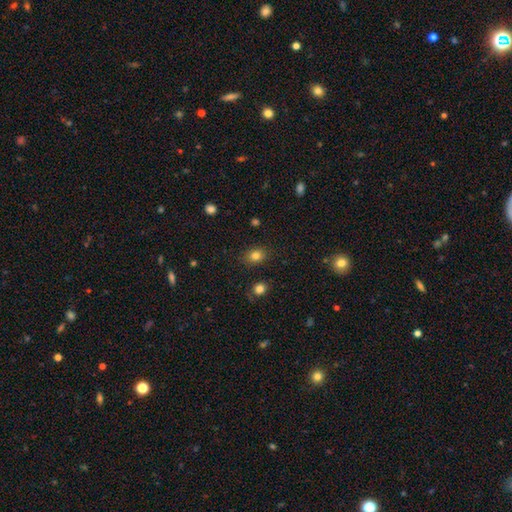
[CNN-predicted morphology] This is clearly a smooth galaxy (82%). How rounded: possibly in between (54%). Merging: clearly none (85%).